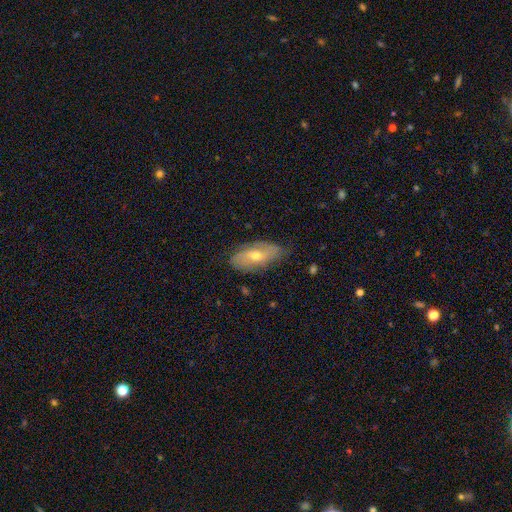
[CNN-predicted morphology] The model was most divided on "smooth or featured": featured or disk: 49%, smooth: 44%, star or artifact: 7%. More confident: merging — none (74%).